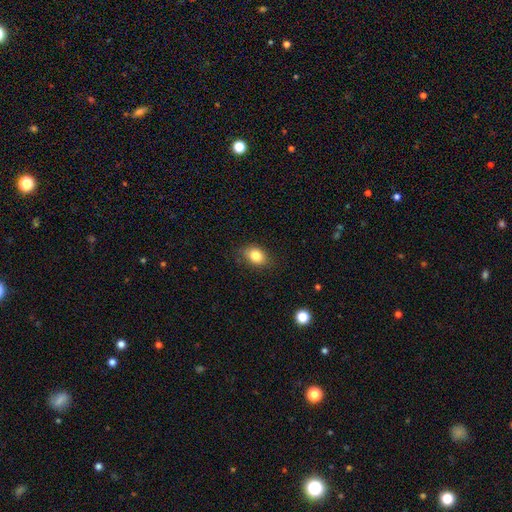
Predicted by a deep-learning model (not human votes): The model was most divided on "how rounded": in between: 70%, round: 29%, cigar-shaped: 1%. More confident: smooth or featured — smooth (82%); merging — none (80%).